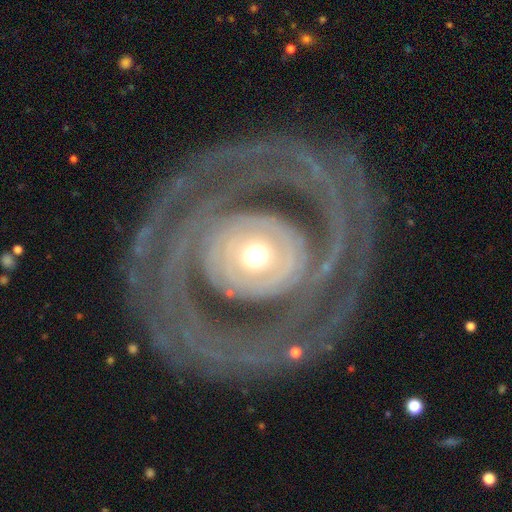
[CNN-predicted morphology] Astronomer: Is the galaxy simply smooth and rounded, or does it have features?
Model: featured or disk — 89%.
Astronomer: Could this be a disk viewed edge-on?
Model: no — 97%.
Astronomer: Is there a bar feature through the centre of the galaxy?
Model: no — 77%.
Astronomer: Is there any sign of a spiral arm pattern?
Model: yes — 92%.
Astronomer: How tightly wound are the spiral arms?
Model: tight — 69%.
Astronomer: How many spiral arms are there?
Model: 2 — 31% (runner-up: can't tell, 22%).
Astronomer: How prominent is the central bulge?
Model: moderate — 62%.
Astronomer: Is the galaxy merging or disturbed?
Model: none — 69%.